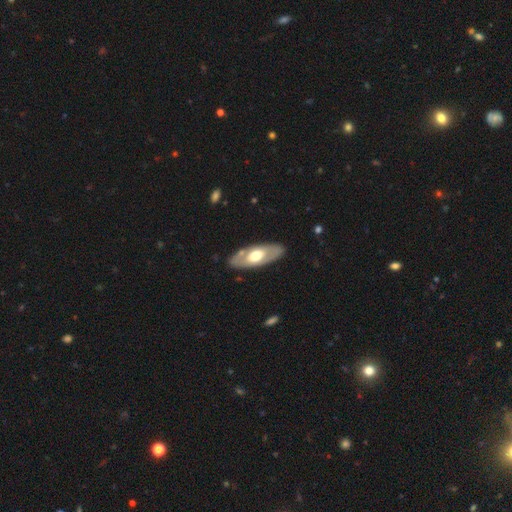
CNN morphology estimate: Smooth or featured?
  - featured or disk: 54% *
  - smooth: 42%
  - star or artifact: 4%
Edge-on disk?
  - no: 77% *
  - yes: 23%
Merging?
  - none: 84% *
  - minor disturbance: 11%
  - major disturbance: 3%
  - merger: 2%